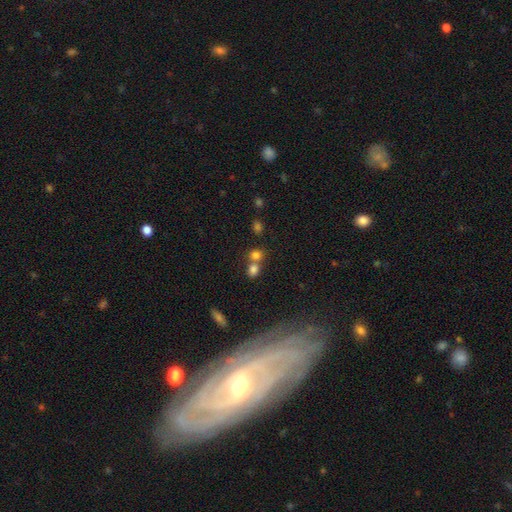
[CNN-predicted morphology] Q: Smooth or featured?
A: smooth (77%); runner-up: star or artifact (15%)
Q: How rounded?
A: round (71%); runner-up: in between (28%)
Q: Merging?
A: merger (48%); runner-up: none (42%)